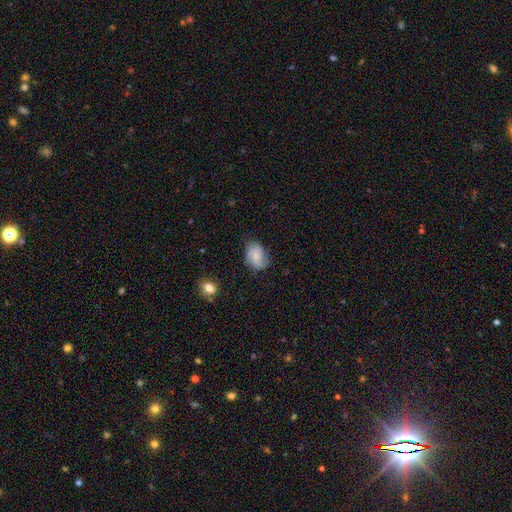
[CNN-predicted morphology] This appears to be a featured or disk galaxy (49%). Merging: none (64%).